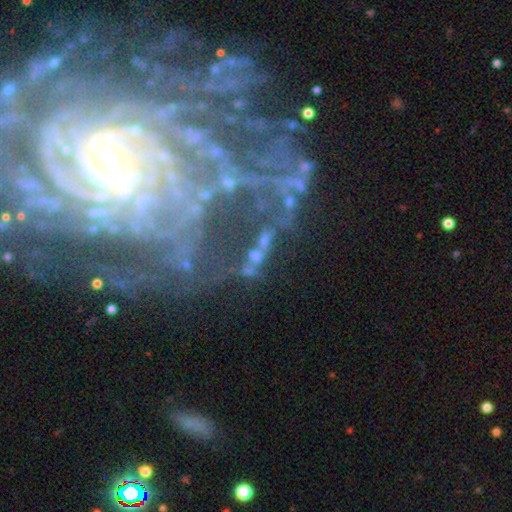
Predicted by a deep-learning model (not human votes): Smooth or featured? featured or disk (75%)
Edge-on disk? no (95%)
Bar? no (48%)
Spiral arms? yes (81%)
Spiral winding? tight (57%)
Spiral arm count? can't tell (37%)
Bulge size? small (53%)
Merging? none (54%)